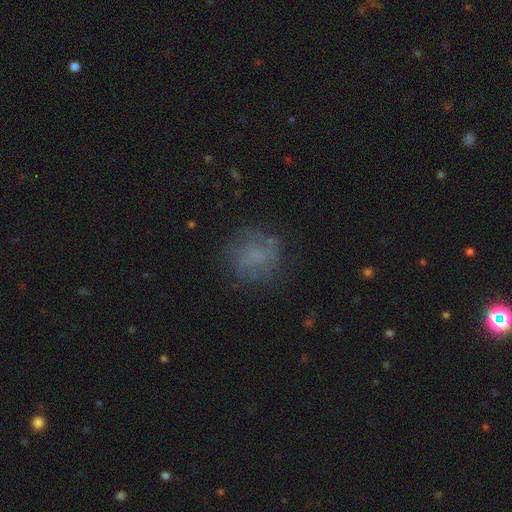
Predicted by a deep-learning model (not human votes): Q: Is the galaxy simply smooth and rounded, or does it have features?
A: smooth — 52%.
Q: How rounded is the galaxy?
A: round — 76%.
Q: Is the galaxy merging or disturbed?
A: none — 68%.